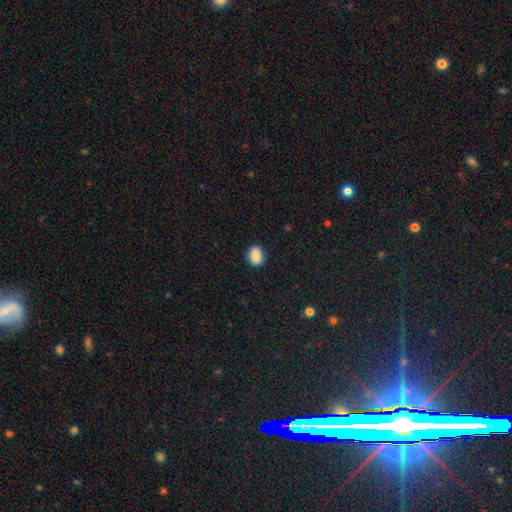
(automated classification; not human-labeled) Smooth or featured? smooth (86%)
How rounded? in between (62%)
Merging? none (86%)